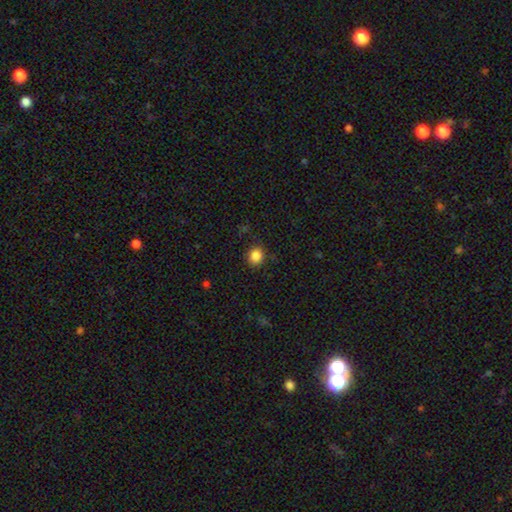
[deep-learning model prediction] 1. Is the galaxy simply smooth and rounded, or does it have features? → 86% smooth, 11% star or artifact, 4% featured or disk.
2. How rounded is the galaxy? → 80% round, 19% in between, 1% cigar-shaped.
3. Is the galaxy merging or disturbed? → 89% none, 8% minor disturbance, 2% major disturbance, 1% merger.